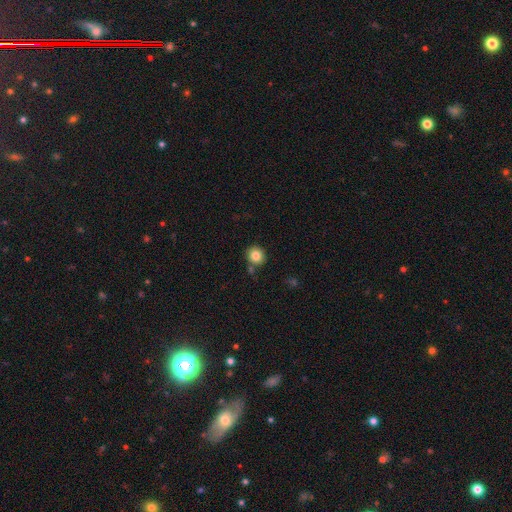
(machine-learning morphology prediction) Q: Smooth or featured?
A: smooth (83%); runner-up: star or artifact (10%)
Q: How rounded?
A: round (89%); runner-up: in between (10%)
Q: Merging?
A: none (80%); runner-up: minor disturbance (10%)